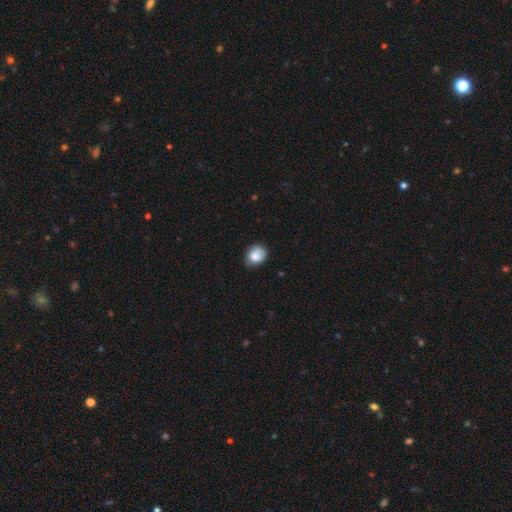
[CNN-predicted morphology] Smooth or featured? Predicted: smooth (p=0.86). How rounded? Predicted: round (p=0.66). Merging? Predicted: none (p=0.68).